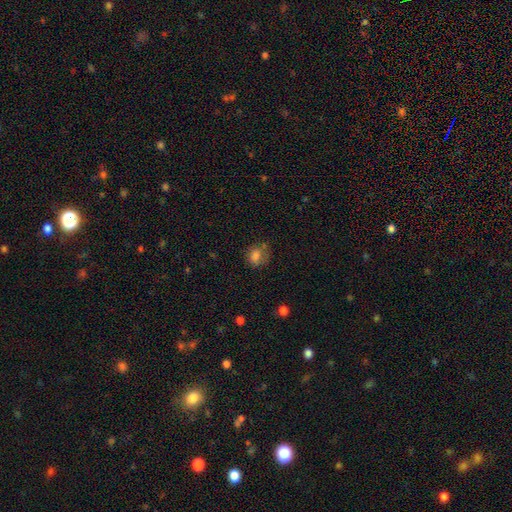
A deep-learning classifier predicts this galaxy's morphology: smooth 77%, star or artifact 12%, featured or disk 11%. Down the decision tree: how rounded — round (65%); merging — none (55%).